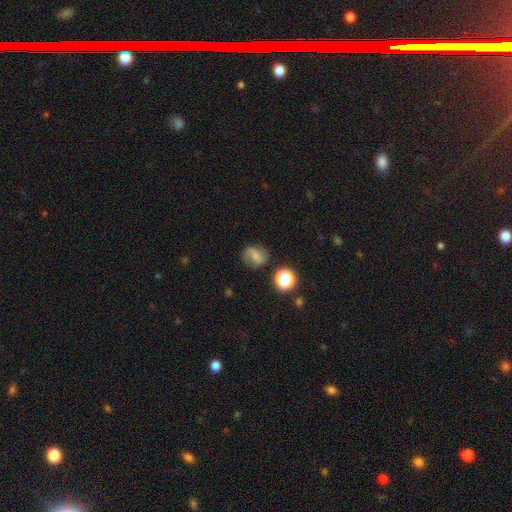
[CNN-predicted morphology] Smooth or featured? smooth (46%)
Merging? none (73%)